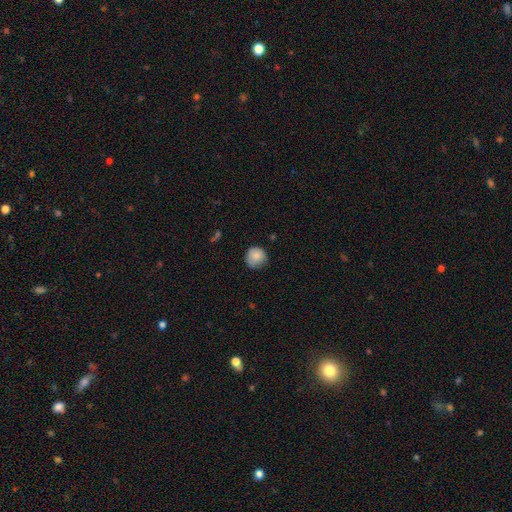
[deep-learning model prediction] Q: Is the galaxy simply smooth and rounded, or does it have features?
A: smooth — 83%.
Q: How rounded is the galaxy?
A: round — 91%.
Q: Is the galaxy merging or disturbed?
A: none — 72%.